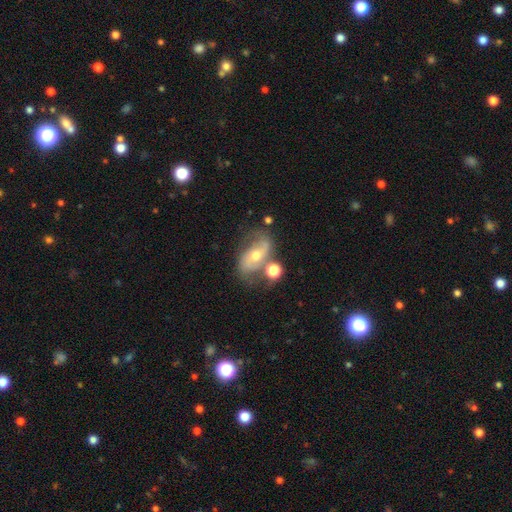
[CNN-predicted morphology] This appears to be a featured or disk galaxy (74%) with no bar (50%), 2 (85%) loose (50%) spiral arms (87%) and a moderate central bulge (64%). Merging: none (54%).